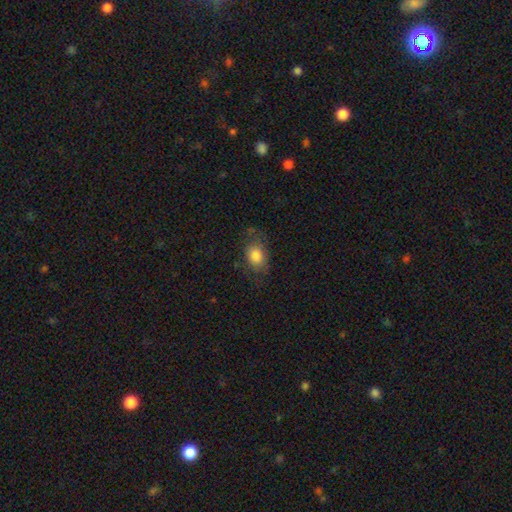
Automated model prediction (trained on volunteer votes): The model was most divided on "merging": none: 63%, minor disturbance: 23%, major disturbance: 12%, merger: 2%. More confident: smooth or featured — smooth (79%); how rounded — in between (73%).